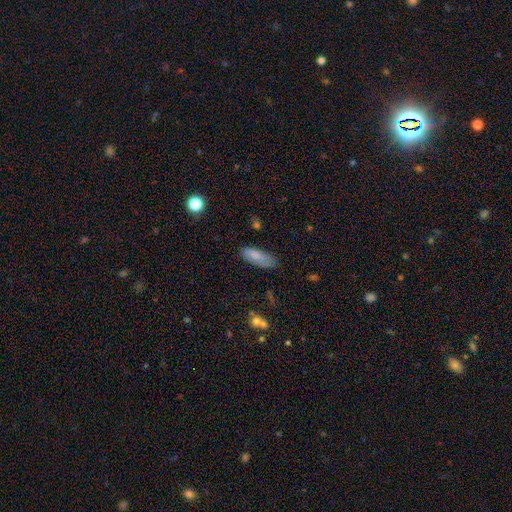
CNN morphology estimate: Smooth or featured?
  - smooth: 80% *
  - featured or disk: 12%
  - star or artifact: 7%
How rounded?
  - in between: 70% *
  - cigar-shaped: 28%
  - round: 2%
Merging?
  - none: 64% *
  - minor disturbance: 27%
  - major disturbance: 7%
  - merger: 2%